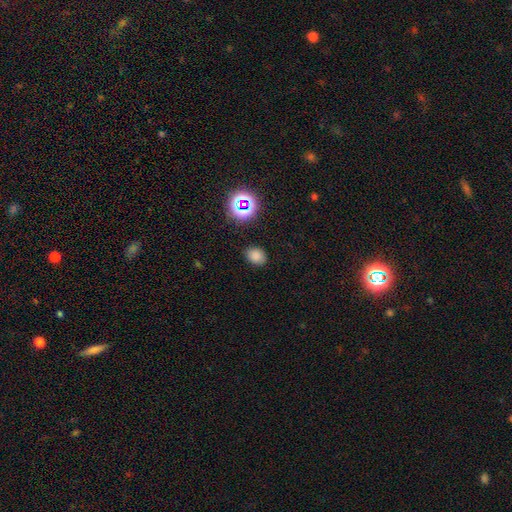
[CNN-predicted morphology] This is likely a smooth galaxy (77%). How rounded: likely in between (60%). Merging: clearly none (83%).